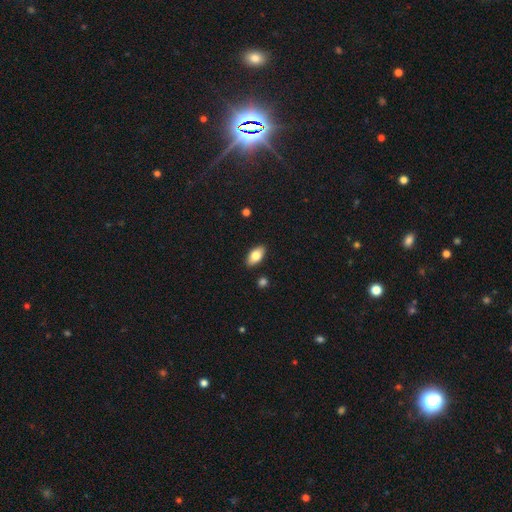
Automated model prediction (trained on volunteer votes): A smooth galaxy with no disk features (77%) that is in between round and cigar-shaped (91%).

Vote fractions:
- Smooth or featured? smooth: 77% / featured or disk: 16% / star or artifact: 7%
- How rounded? in between: 91% / cigar-shaped: 5% / round: 4%
- Merging? none: 88% / minor disturbance: 8% / major disturbance: 2% / merger: 2%